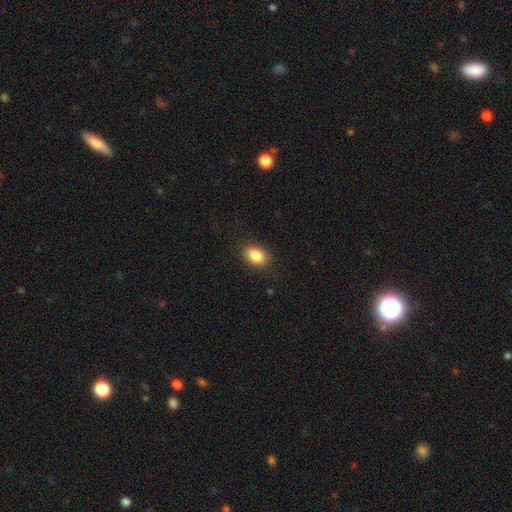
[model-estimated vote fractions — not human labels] The model was most divided on "how rounded": in between: 82%, round: 17%, cigar-shaped: 1%. More confident: smooth or featured — smooth (86%); merging — none (86%).